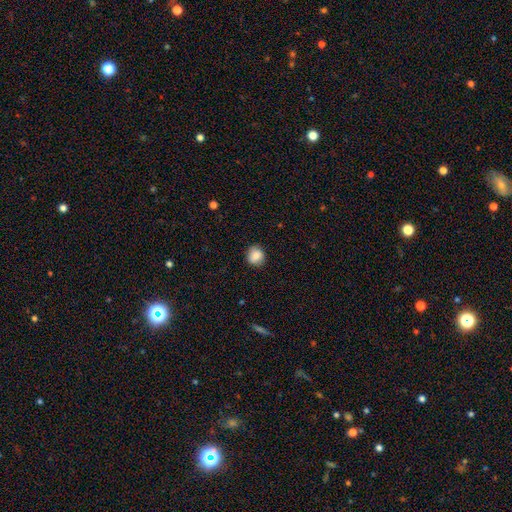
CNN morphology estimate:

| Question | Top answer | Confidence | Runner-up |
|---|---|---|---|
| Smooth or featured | smooth | 83% | star or artifact (9%) |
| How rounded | round | 85% | in between (13%) |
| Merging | none | 86% | minor disturbance (11%) |